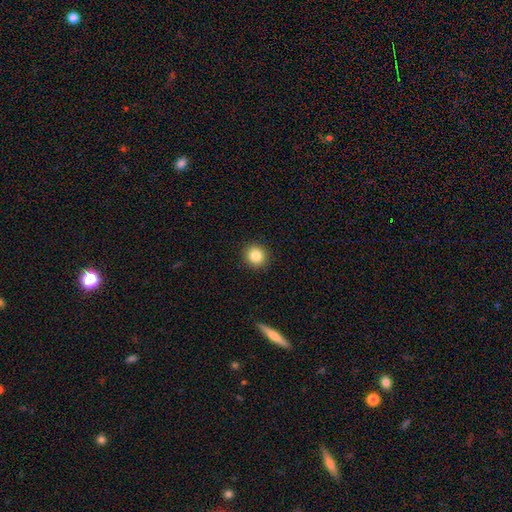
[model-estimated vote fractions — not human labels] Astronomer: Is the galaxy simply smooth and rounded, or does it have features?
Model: smooth — 85%.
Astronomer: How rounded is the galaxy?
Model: round — 88%.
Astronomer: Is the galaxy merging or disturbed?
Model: none — 92%.